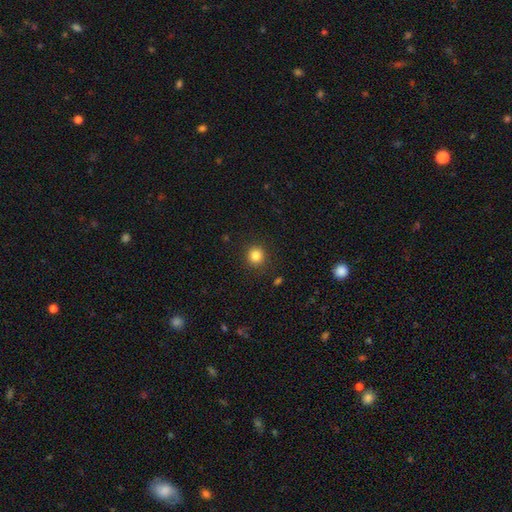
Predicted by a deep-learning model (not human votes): smooth-or-featured: smooth: 84% | star or artifact: 11% | featured or disk: 5%
  how-rounded: round: 92% | in between: 7% | cigar-shaped: 1%
  merging: none: 90% | minor disturbance: 6% | major disturbance: 2% | merger: 1%